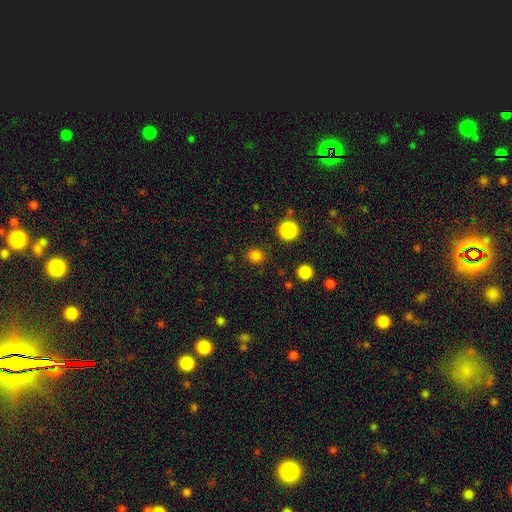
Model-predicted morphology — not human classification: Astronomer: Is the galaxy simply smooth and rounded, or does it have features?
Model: smooth — 80%.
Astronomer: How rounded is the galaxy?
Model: round — 85%.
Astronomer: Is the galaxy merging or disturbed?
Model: none — 87%.